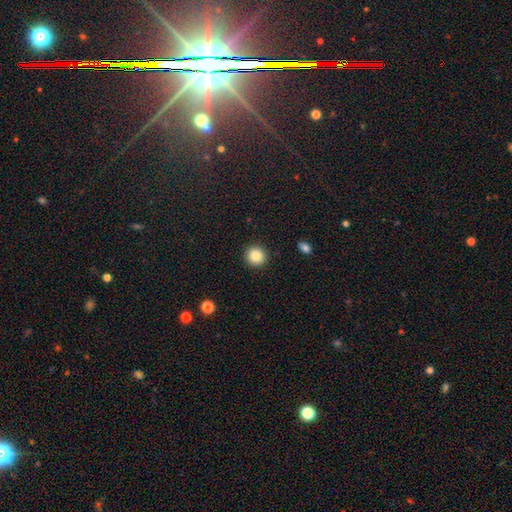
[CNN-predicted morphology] This is clearly a smooth galaxy (85%). How rounded: clearly round (94%). Merging: clearly none (92%).